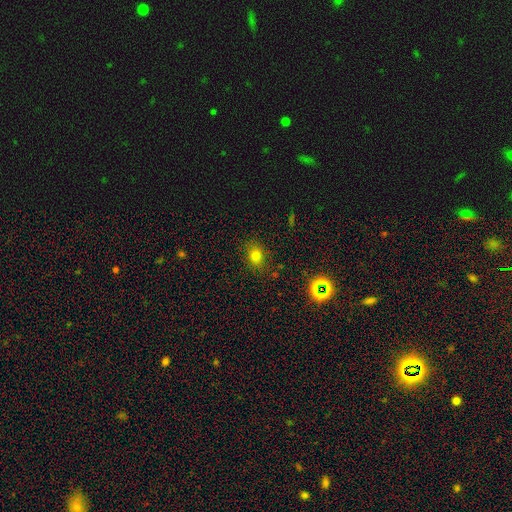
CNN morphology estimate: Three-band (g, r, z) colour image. It shows a smooth galaxy with no disk features (75%) that is round (54%). Merging: none (84%).